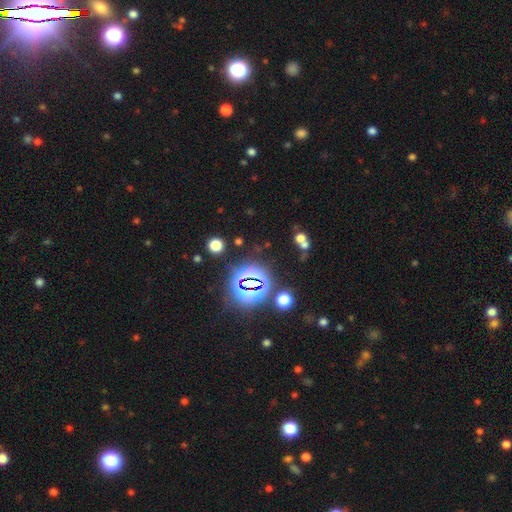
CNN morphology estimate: smooth-or-featured: star or artifact: 81% | smooth: 12% | featured or disk: 8%